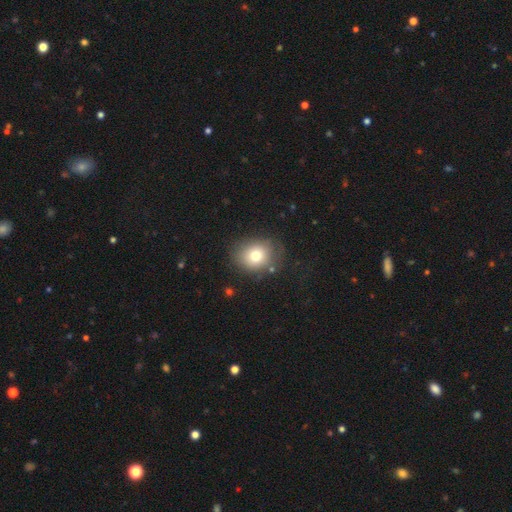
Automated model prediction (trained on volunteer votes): The model was most divided on "how rounded": round: 65%, in between: 34%, cigar-shaped: 1%. More confident: smooth or featured — smooth (75%); merging — none (74%).